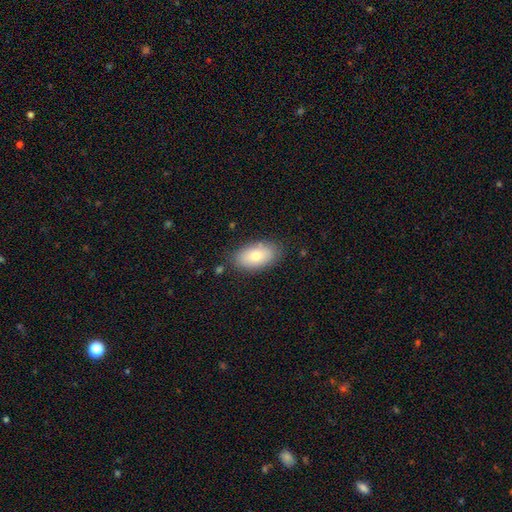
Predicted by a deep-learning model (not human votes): Q: Smooth or featured?
A: smooth (76%); runner-up: featured or disk (17%)
Q: How rounded?
A: in between (93%); runner-up: round (4%)
Q: Merging?
A: none (83%); runner-up: minor disturbance (12%)